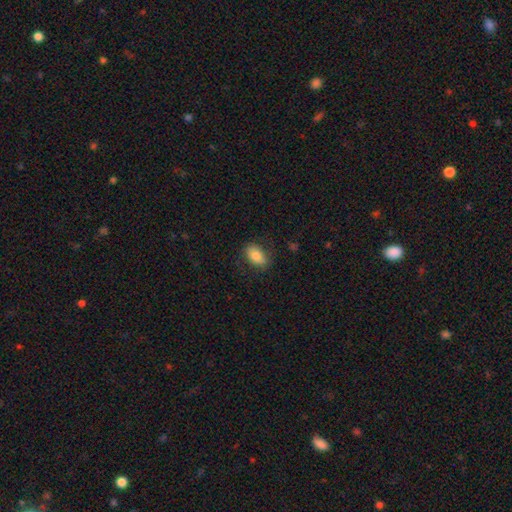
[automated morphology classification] Smooth or featured: smooth — 79% (featured or disk — 13%)
How rounded: in between — 86% (round — 12%)
Merging: none — 80% (minor disturbance — 15%)